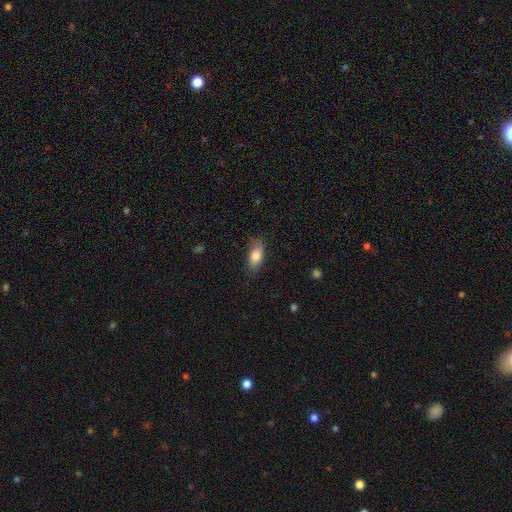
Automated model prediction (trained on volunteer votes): The model was most divided on "merging": none: 79%, minor disturbance: 16%, major disturbance: 4%, merger: 1%. More confident: how rounded — in between (85%); smooth or featured — smooth (80%).